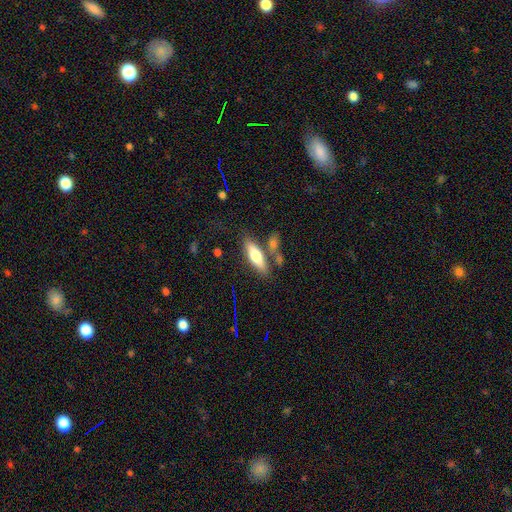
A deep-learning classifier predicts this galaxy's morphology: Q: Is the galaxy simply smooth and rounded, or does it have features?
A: smooth — 68%.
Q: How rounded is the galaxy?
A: in between — 52%.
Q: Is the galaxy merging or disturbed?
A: none — 68%.